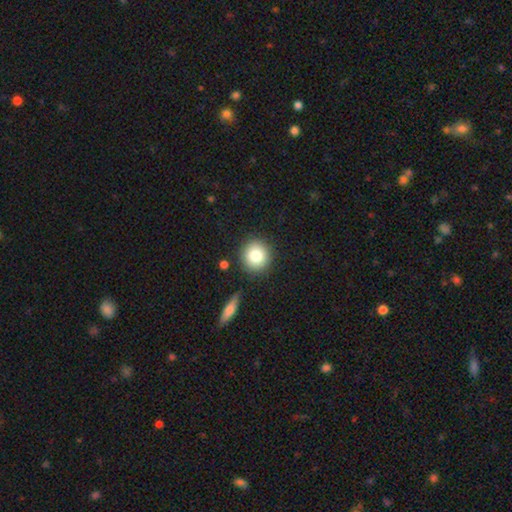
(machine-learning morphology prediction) type=smooth (81%); roundness=round (91%); merging=none (86%).